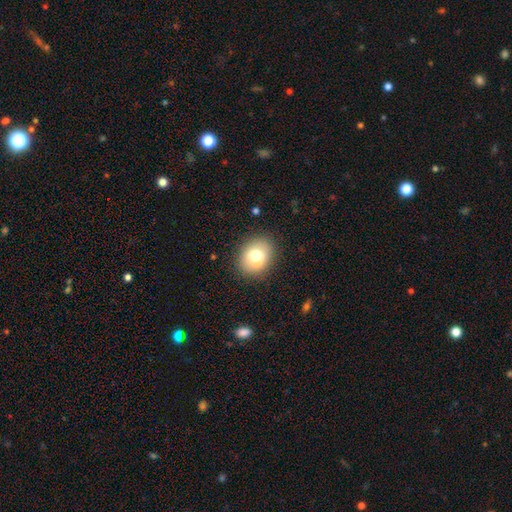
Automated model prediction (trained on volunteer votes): Smooth or featured? smooth (73%)
How rounded? round (50%)
Merging? none (83%)